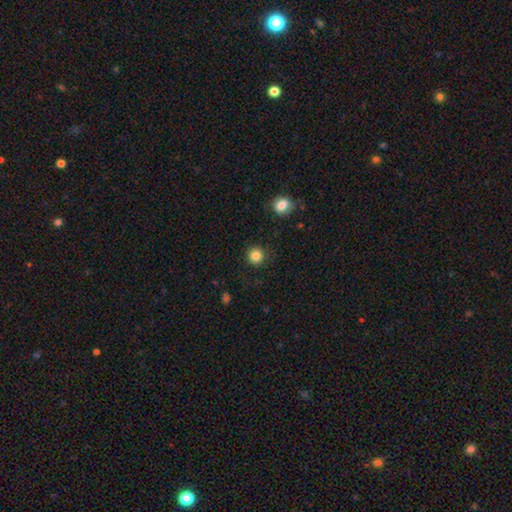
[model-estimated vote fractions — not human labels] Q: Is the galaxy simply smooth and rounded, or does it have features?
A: smooth — 85%.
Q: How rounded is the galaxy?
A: round — 93%.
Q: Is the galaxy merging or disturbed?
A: none — 89%.